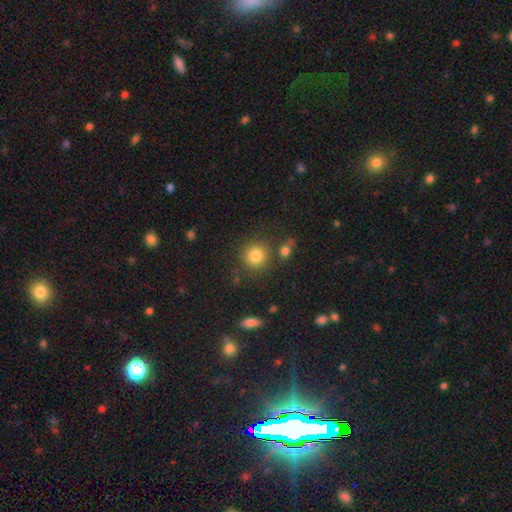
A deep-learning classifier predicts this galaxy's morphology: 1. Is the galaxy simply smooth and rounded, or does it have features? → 83% smooth, 11% star or artifact, 6% featured or disk.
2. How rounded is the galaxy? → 90% round, 9% in between, 1% cigar-shaped.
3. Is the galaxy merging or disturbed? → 81% none, 9% minor disturbance, 7% merger, 4% major disturbance.